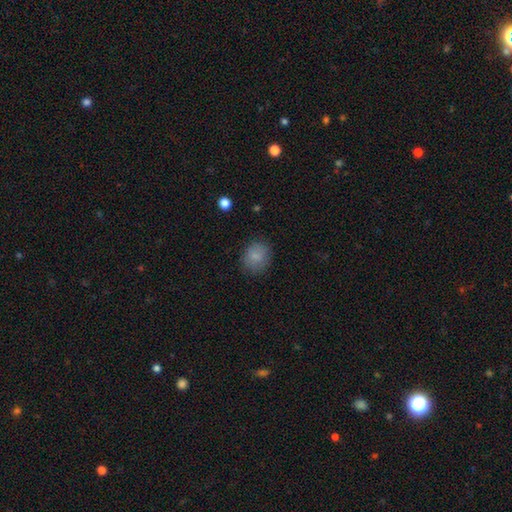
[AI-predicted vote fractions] A smooth galaxy with no disk features (84%) that is round (68%). Merging: none (80%).